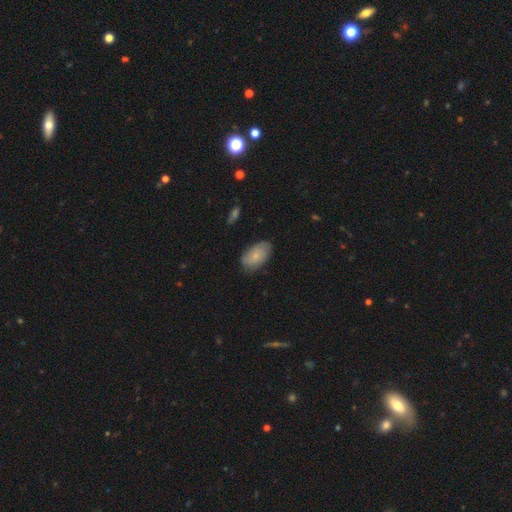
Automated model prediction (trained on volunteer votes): This appears to be a smooth galaxy with no disk features (71%) that is in between round and cigar-shaped (93%). Merging: none (75%).